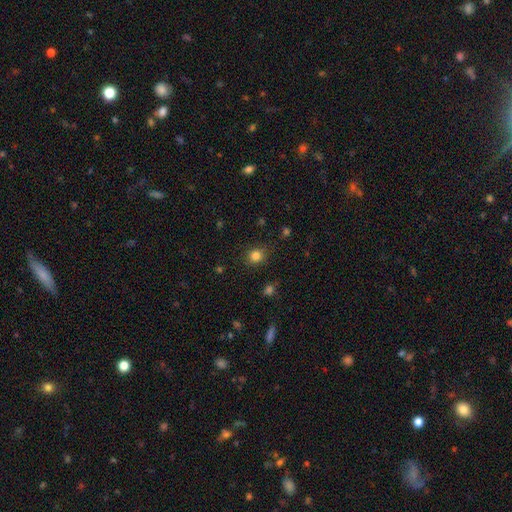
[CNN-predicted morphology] Smooth or featured? Predicted: smooth (p=0.82). How rounded? Predicted: round (p=0.78). Merging? Predicted: none (p=0.85).